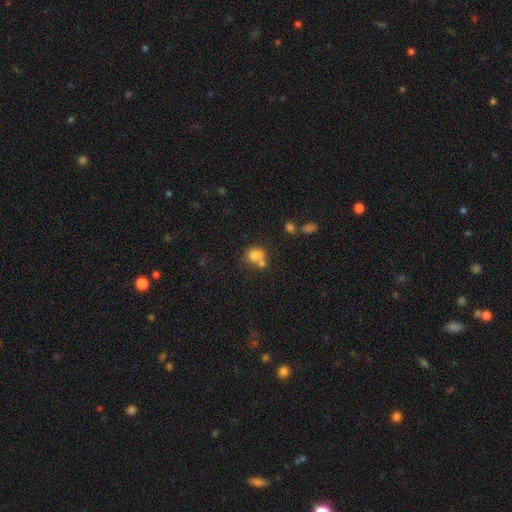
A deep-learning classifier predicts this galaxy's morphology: type=smooth (73%); roundness=round (61%); merging=merger (47%).